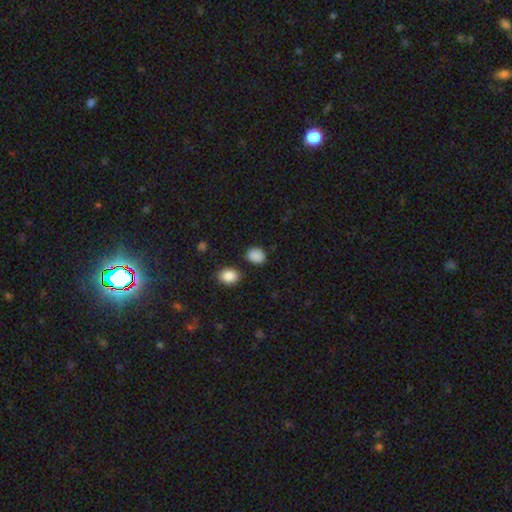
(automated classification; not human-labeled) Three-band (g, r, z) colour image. It shows a smooth galaxy with no disk features (87%) that is in between round and cigar-shaped (54%). Merging: none (80%).